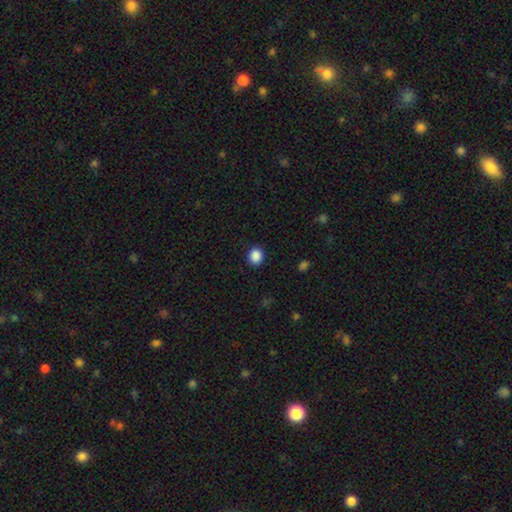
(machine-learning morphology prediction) A smooth galaxy with no disk features (88%) that is round (75%).

Vote fractions:
- Smooth or featured? smooth: 88% / star or artifact: 9% / featured or disk: 2%
- How rounded? round: 75% / in between: 24% / cigar-shaped: 1%
- Merging? none: 90% / minor disturbance: 6% / major disturbance: 2% / merger: 1%